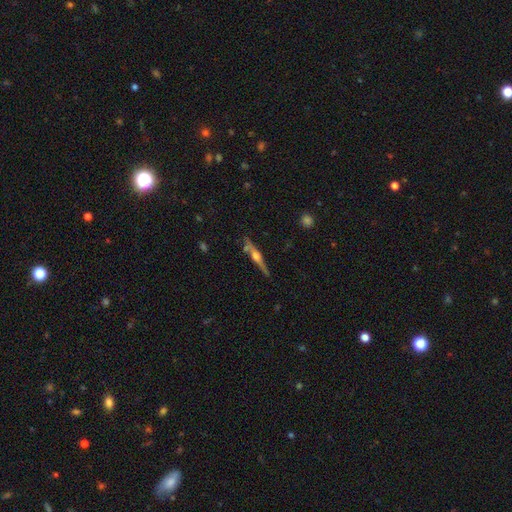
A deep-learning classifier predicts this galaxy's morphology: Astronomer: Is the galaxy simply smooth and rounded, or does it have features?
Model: featured or disk — 75%.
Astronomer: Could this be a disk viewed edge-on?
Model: yes — 97%.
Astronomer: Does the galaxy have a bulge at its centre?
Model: rounded — 88%.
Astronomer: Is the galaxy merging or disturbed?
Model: none — 77%.